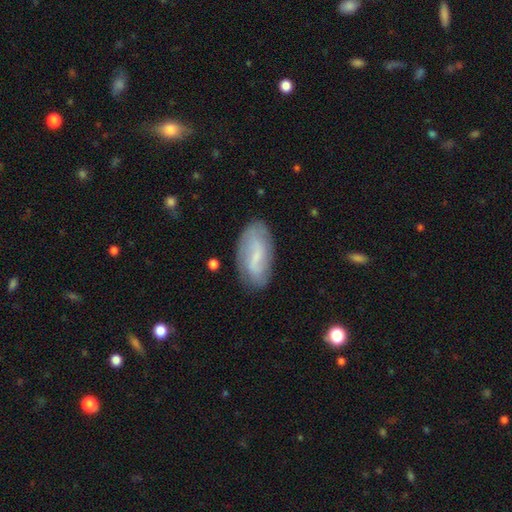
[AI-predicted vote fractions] Smooth or featured?
  - featured or disk: 49% *
  - smooth: 43%
  - star or artifact: 7%
Merging?
  - none: 77% *
  - minor disturbance: 17%
  - major disturbance: 4%
  - merger: 2%